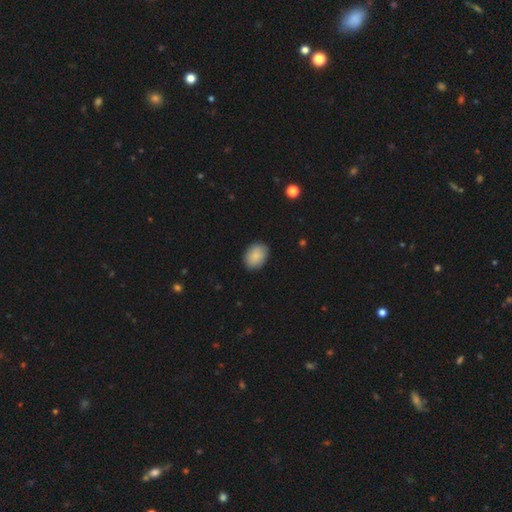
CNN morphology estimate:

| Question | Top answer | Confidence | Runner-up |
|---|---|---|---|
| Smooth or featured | smooth | 87% | star or artifact (7%) |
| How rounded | in between | 72% | round (27%) |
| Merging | none | 86% | minor disturbance (10%) |